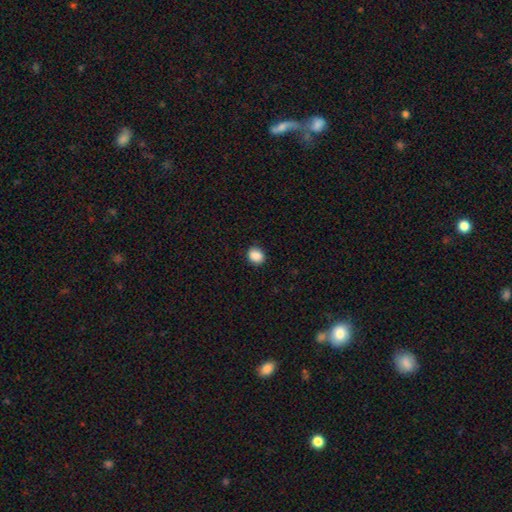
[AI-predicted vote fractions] Morphology: type=smooth (88%); roundness=round (65%); merging=none (88%).